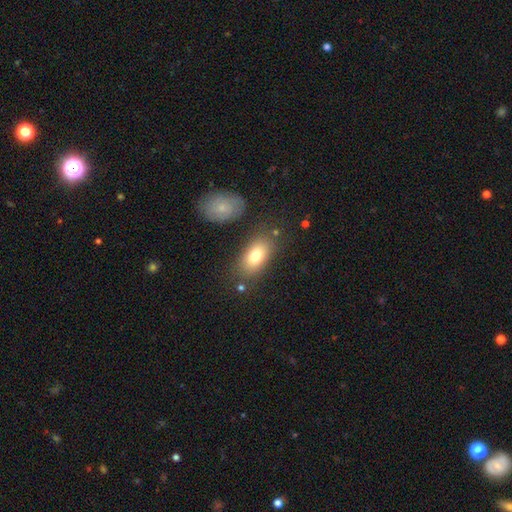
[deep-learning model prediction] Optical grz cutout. It shows a smooth galaxy with no disk features (77%) that is in between round and cigar-shaped (88%). Merging: none (77%).